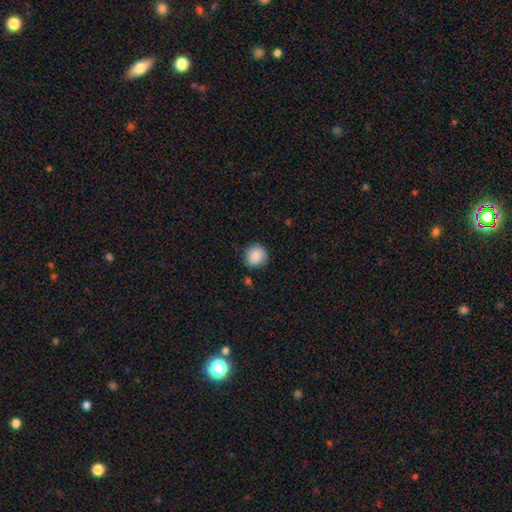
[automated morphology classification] Smooth or featured? smooth (88%)
How rounded? round (85%)
Merging? none (83%)